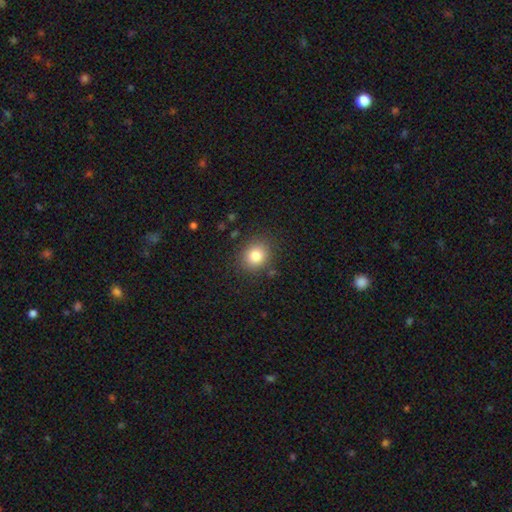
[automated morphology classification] type=smooth (82%); roundness=round (73%); merging=none (86%).